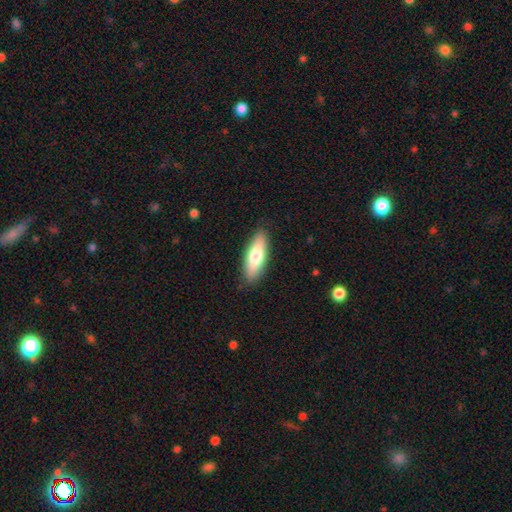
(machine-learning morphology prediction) Q: Smooth or featured?
A: smooth (72%); runner-up: featured or disk (22%)
Q: How rounded?
A: in between (56%); runner-up: cigar-shaped (42%)
Q: Merging?
A: none (87%); runner-up: minor disturbance (10%)